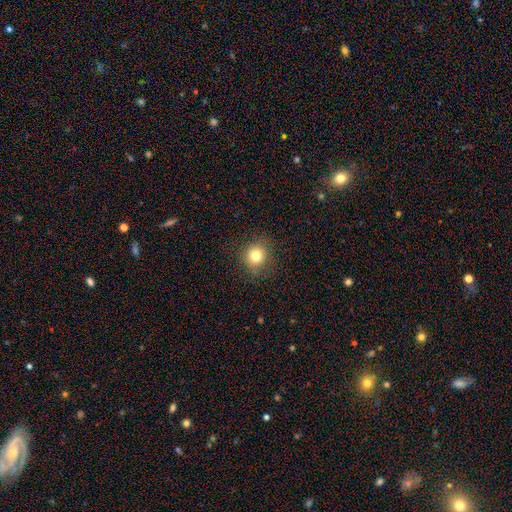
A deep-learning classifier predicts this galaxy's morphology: smooth-or-featured: smooth: 79% | star or artifact: 13% | featured or disk: 9%
  how-rounded: round: 89% | in between: 10% | cigar-shaped: 1%
  merging: none: 87% | minor disturbance: 9% | major disturbance: 3% | merger: 1%